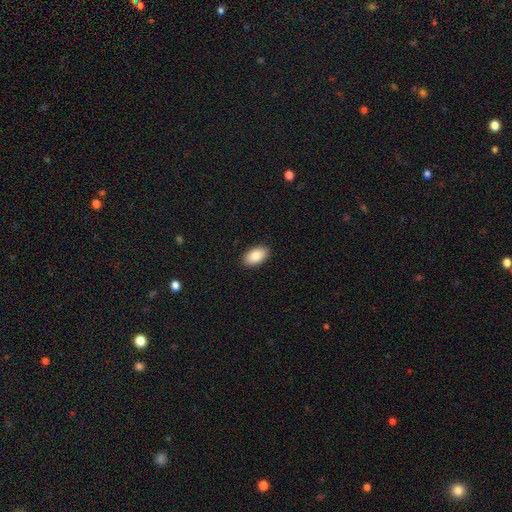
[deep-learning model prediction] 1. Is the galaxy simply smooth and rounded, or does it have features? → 88% smooth, 6% star or artifact, 6% featured or disk.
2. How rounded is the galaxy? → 94% in between, 5% round, 1% cigar-shaped.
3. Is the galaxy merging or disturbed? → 90% none, 7% minor disturbance, 2% major disturbance, 1% merger.